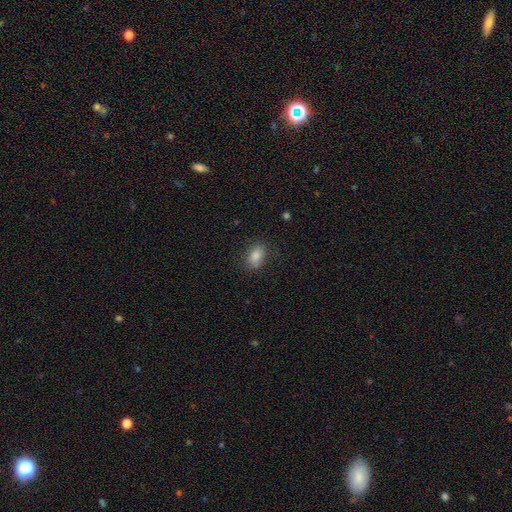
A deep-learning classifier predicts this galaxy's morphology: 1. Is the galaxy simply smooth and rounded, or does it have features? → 82% smooth, 11% star or artifact, 7% featured or disk.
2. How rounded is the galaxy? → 81% in between, 17% round, 2% cigar-shaped.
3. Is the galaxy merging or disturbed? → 81% none, 14% minor disturbance, 4% major disturbance, 1% merger.